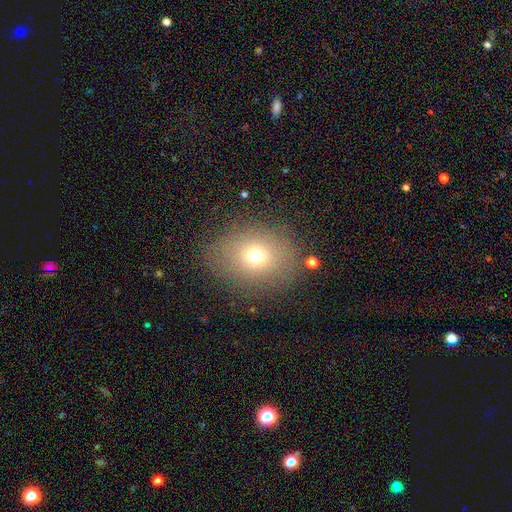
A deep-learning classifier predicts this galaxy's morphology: Smooth or featured: smooth — 69% (star or artifact — 17%)
How rounded: round — 56% (in between — 43%)
Merging: none — 82% (minor disturbance — 10%)